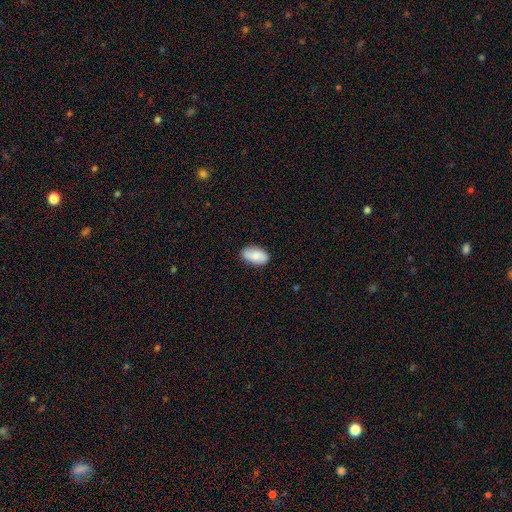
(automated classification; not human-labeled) Smooth or featured?
  - smooth: 80% *
  - featured or disk: 13%
  - star or artifact: 7%
How rounded?
  - in between: 94% *
  - round: 4%
  - cigar-shaped: 2%
Merging?
  - none: 80% *
  - minor disturbance: 15%
  - major disturbance: 3%
  - merger: 2%